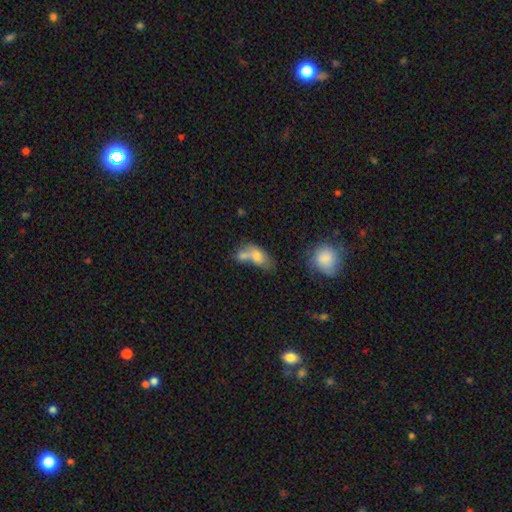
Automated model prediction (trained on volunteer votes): This appears to be a smooth galaxy with no disk features (73%) that is in between round and cigar-shaped (83%). Merging: merger (60%).